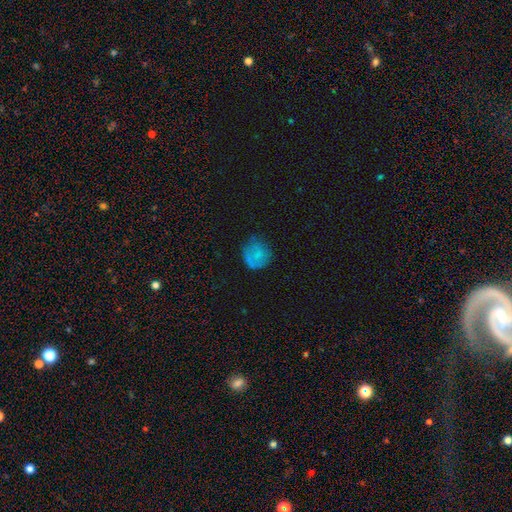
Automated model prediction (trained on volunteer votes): A smooth galaxy with no disk features (68%) that is round (87%). Merging: none (63%).